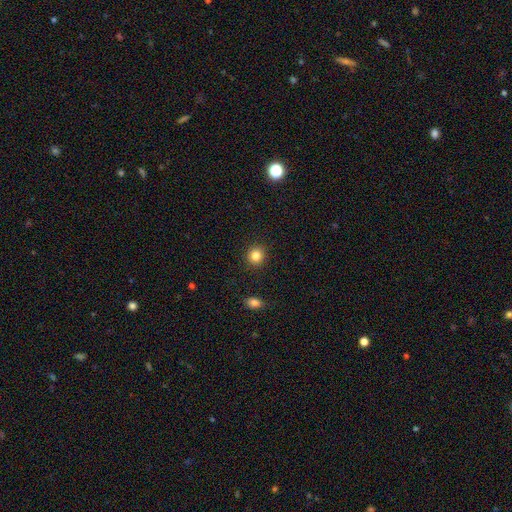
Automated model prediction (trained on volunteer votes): Q: Smooth or featured?
A: smooth (84%); runner-up: star or artifact (11%)
Q: How rounded?
A: round (88%); runner-up: in between (11%)
Q: Merging?
A: none (92%); runner-up: minor disturbance (5%)